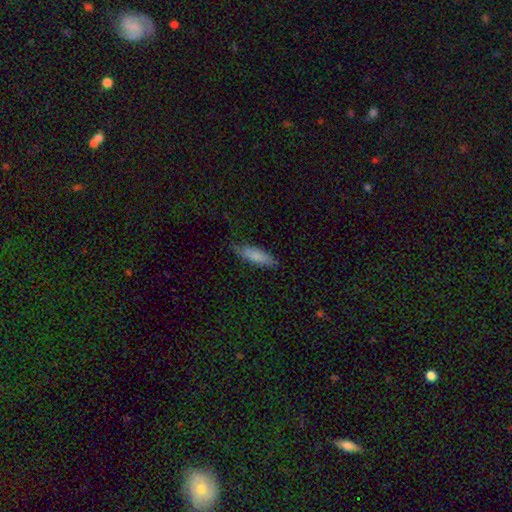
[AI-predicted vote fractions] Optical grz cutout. It shows a smooth galaxy with no disk features (81%) that is cigar-shaped (56%). Merging: none (73%).